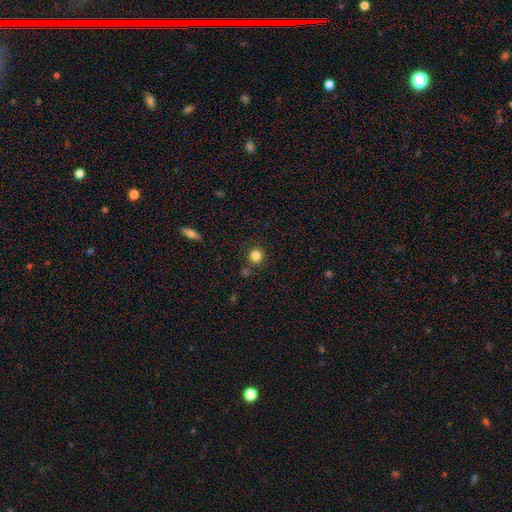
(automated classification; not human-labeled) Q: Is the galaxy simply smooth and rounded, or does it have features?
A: smooth — 84%.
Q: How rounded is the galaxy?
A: round — 92%.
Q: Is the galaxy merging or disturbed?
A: none — 82%.